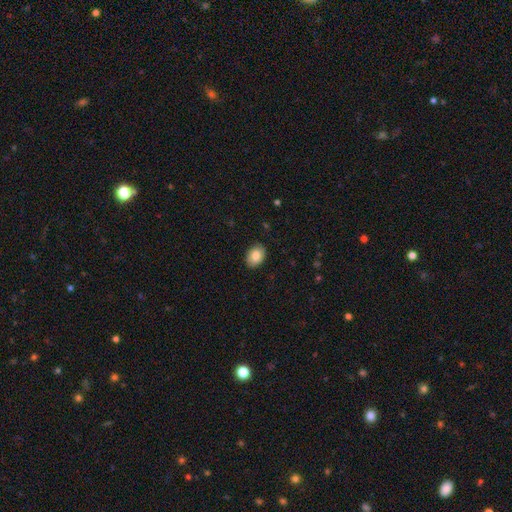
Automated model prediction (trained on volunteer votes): Smooth or featured? Predicted: smooth (p=0.83). How rounded? Predicted: in between (p=0.77). Merging? Predicted: none (p=0.87).